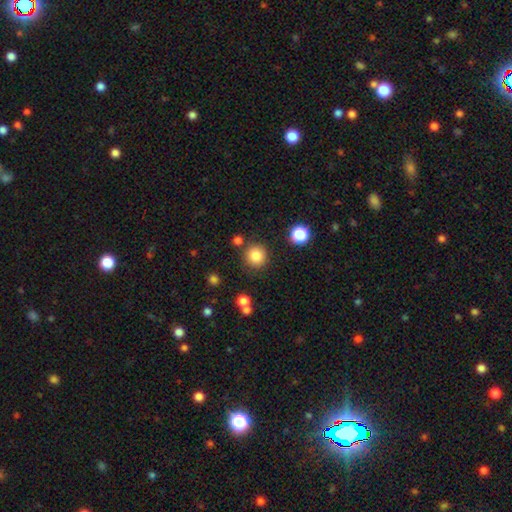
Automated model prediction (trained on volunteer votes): smooth 84%, star or artifact 11%, featured or disk 5%. Down the decision tree: how rounded — round (93%); merging — none (85%).